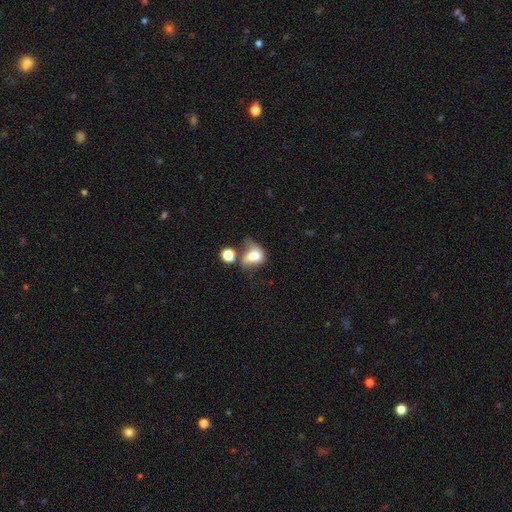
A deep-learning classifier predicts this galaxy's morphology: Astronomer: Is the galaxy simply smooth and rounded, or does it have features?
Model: smooth — 62%.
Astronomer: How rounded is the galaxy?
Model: in between — 63%.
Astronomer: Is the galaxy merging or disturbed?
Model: merger — 48%.